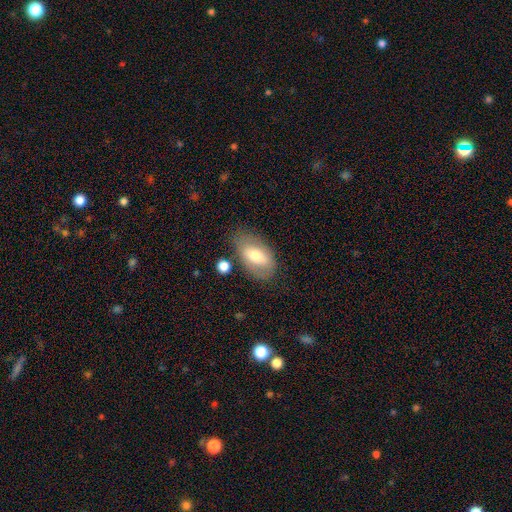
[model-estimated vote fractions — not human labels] Smooth or featured? Predicted: smooth (p=0.60). How rounded? Predicted: in between (p=0.92). Merging? Predicted: none (p=0.69).